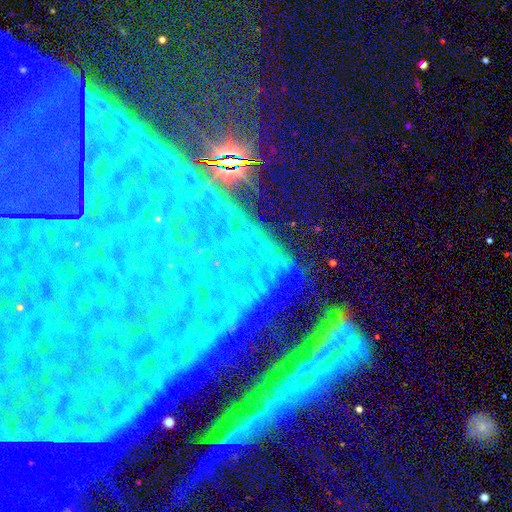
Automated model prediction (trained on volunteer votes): Smooth or featured? Predicted: star or artifact (p=0.78).